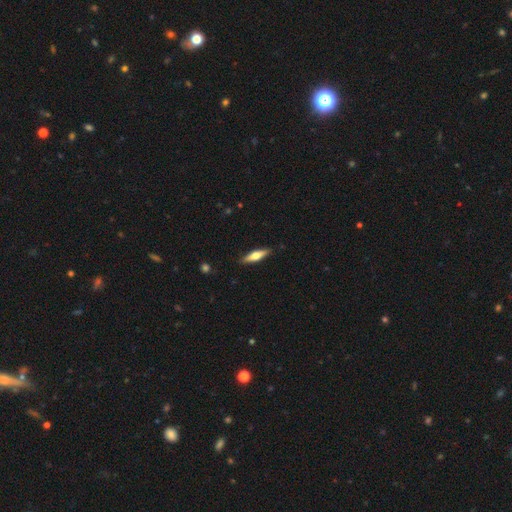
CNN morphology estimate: Smooth or featured: smooth — 55% (featured or disk — 39%)
How rounded: cigar-shaped — 66% (in between — 32%)
Merging: none — 88% (minor disturbance — 9%)